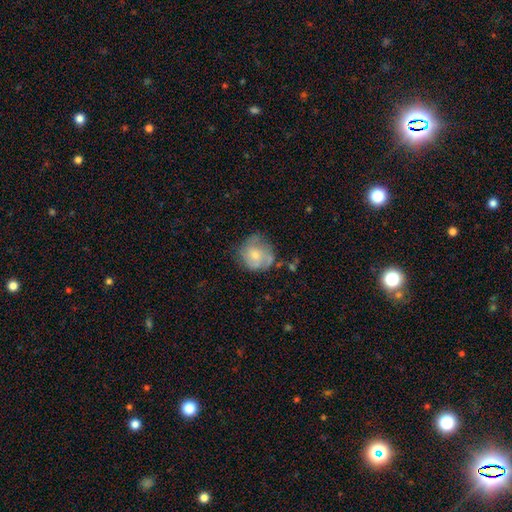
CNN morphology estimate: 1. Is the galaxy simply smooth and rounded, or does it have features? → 53% smooth, 39% featured or disk, 7% star or artifact.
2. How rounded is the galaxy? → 83% round, 16% in between, 1% cigar-shaped.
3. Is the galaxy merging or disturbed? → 57% none, 27% minor disturbance, 12% major disturbance, 4% merger.